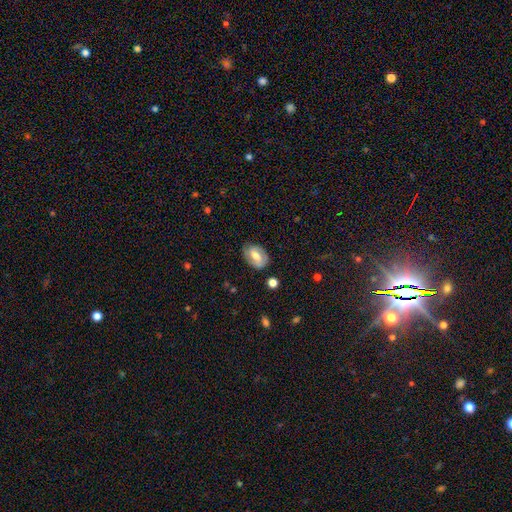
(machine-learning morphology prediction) A featured or disk galaxy (48%).

Vote fractions:
- Smooth or featured? featured or disk: 48% / smooth: 44% / star or artifact: 7%
- Merging? none: 74% / minor disturbance: 19% / major disturbance: 5% / merger: 2%